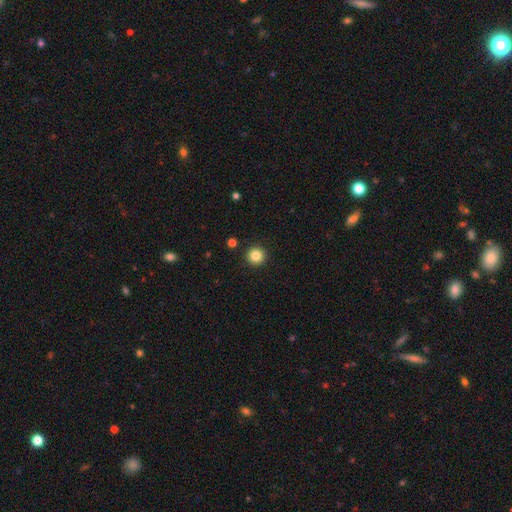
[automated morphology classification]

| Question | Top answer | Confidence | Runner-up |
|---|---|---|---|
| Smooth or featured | smooth | 84% | star or artifact (11%) |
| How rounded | round | 96% | in between (3%) |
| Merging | none | 93% | minor disturbance (4%) |